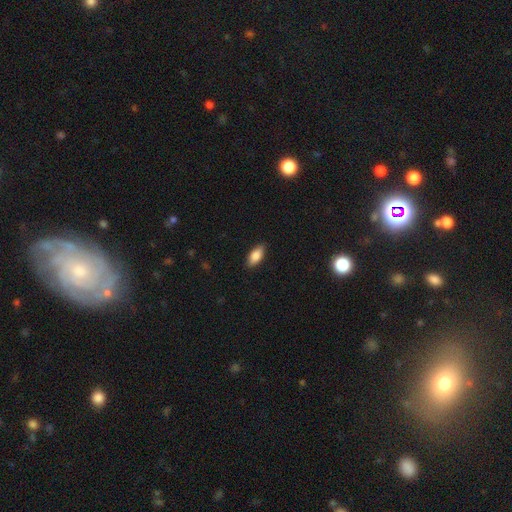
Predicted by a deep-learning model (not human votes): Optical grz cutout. It shows a smooth galaxy with no disk features (86%) that is in between round and cigar-shaped (88%). Merging: none (87%).